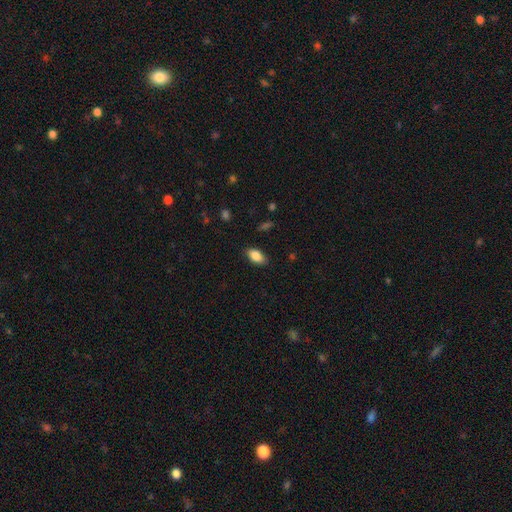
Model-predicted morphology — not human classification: This is clearly a smooth galaxy (86%). How rounded: clearly in between (91%). Merging: clearly none (85%).